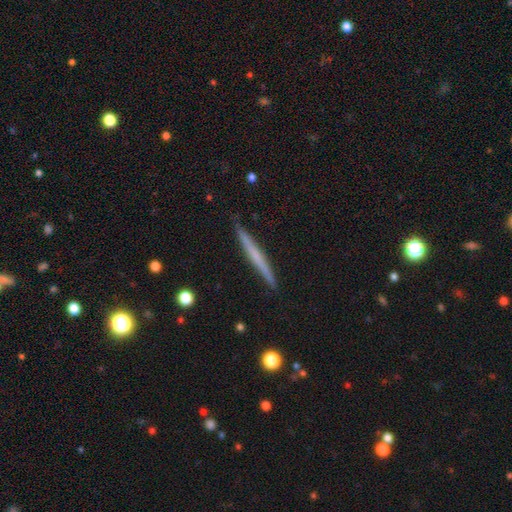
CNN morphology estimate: smooth_or_featured: featured or disk (p=0.50) [alt: smooth p=0.44]
merging: none (p=0.90) [alt: minor disturbance p=0.07]